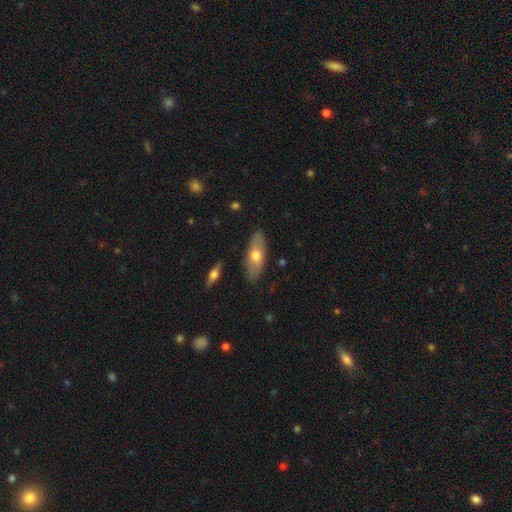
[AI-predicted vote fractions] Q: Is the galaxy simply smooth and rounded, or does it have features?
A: smooth — 62%.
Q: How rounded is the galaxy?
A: in between — 76%.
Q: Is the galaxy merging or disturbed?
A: none — 84%.